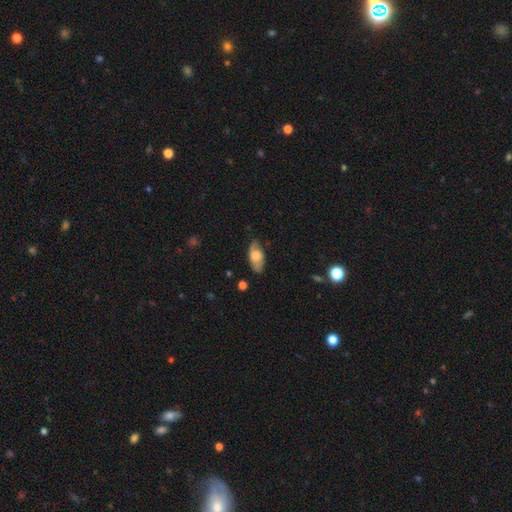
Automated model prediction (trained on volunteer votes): Q: Smooth or featured?
A: smooth (62%); runner-up: featured or disk (31%)
Q: How rounded?
A: in between (90%); runner-up: cigar-shaped (7%)
Q: Merging?
A: none (73%); runner-up: minor disturbance (21%)